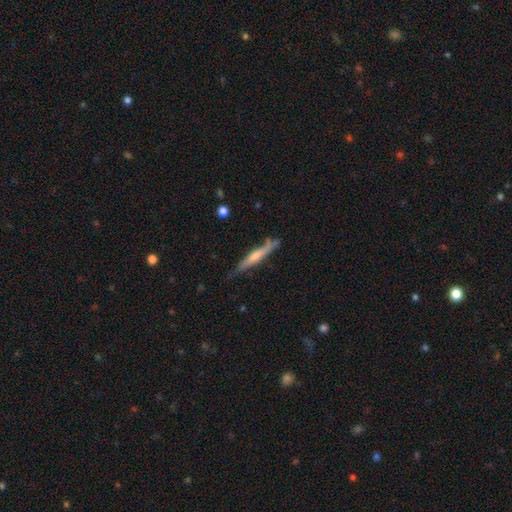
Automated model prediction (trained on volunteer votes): The model was most divided on "smooth or featured": featured or disk: 54%, smooth: 40%, star or artifact: 6%. More confident: edge-on disk — yes (93%); merging — none (72%); edge-on bulge — rounded (52%).